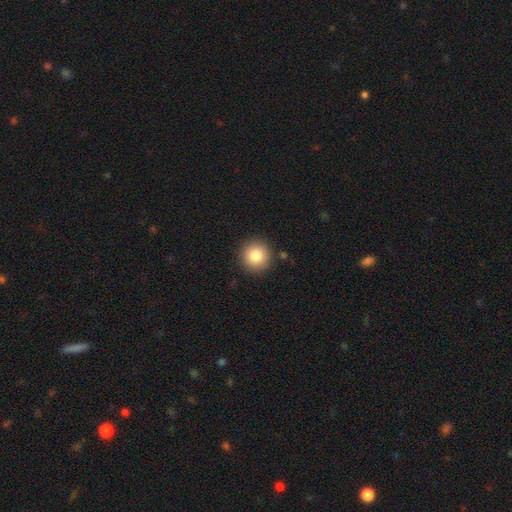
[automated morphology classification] This is clearly a smooth galaxy (84%). How rounded: clearly round (94%). Merging: clearly none (90%).